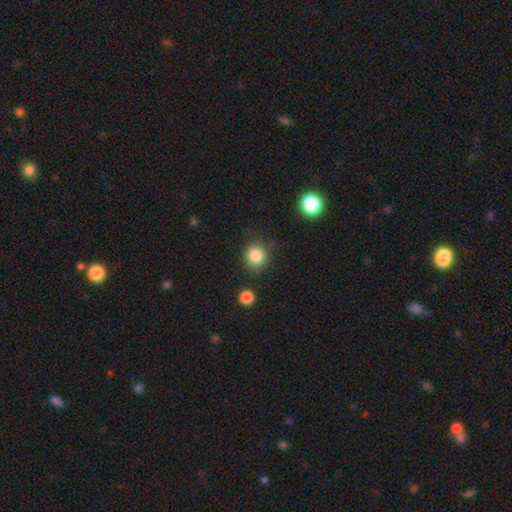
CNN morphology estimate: The model was most divided on "merging": none: 79%, minor disturbance: 13%, major disturbance: 5%, merger: 4%. More confident: how rounded — round (87%); smooth or featured — smooth (85%).